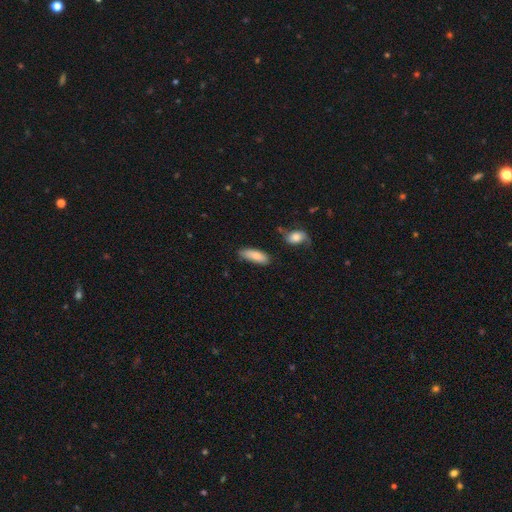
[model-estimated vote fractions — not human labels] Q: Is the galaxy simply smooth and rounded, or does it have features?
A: smooth — 82%.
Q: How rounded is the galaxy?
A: in between — 67%.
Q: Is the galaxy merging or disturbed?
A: none — 68%.